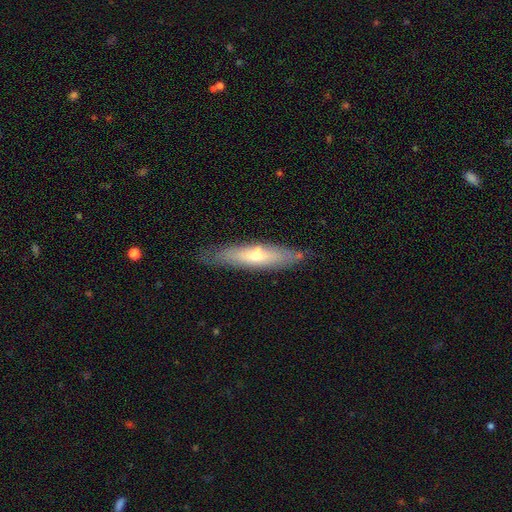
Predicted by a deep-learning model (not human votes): smooth-or-featured: featured or disk: 51% | smooth: 43% | star or artifact: 6%
  disk-edge-on: yes: 71% | no: 29%
  merging: none: 81% | minor disturbance: 14% | major disturbance: 3% | merger: 2%